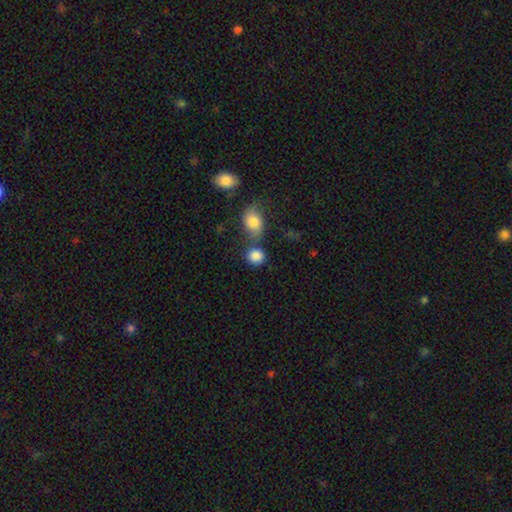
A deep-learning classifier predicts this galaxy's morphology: smooth_or_featured: smooth (p=0.86) [alt: star or artifact p=0.08]
how_rounded: round (p=0.76) [alt: in between p=0.22]
merging: none (p=0.59) [alt: merger p=0.24]